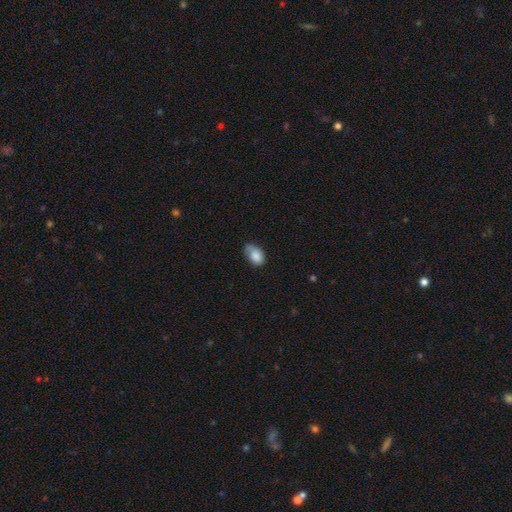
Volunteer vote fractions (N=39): smooth-or-featured: smooth: 82% | featured or disk: 10% | star or artifact: 8%
  how-rounded: in between: 91% | round: 9% | cigar-shaped: 0%
  merging: minor disturbance: 58% | none: 36% | major disturbance: 6% | merger: 0%